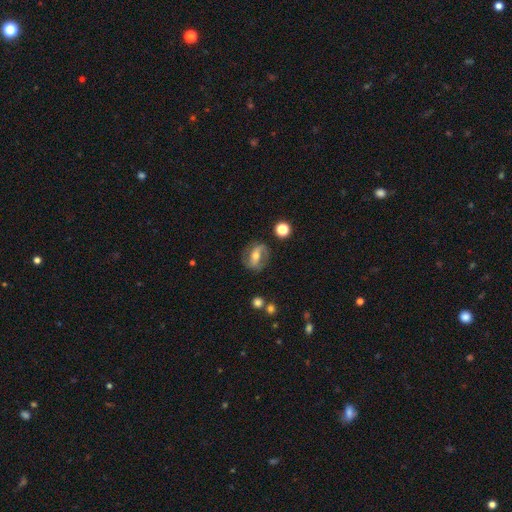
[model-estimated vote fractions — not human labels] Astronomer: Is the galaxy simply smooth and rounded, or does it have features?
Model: featured or disk — 65%.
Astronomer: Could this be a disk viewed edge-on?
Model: no — 91%.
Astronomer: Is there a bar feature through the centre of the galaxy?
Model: strong — 53%.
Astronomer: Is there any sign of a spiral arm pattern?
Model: yes — 70%.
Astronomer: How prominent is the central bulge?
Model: moderate — 64%.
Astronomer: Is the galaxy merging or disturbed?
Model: none — 76%.